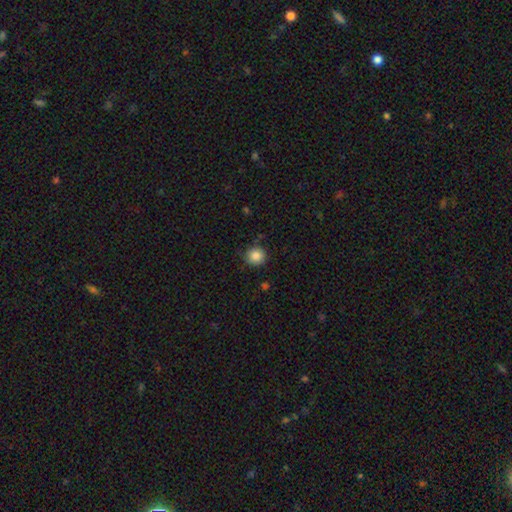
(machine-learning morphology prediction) Overall: smooth (86%). How rounded: round (92%). Merging: none (86%).